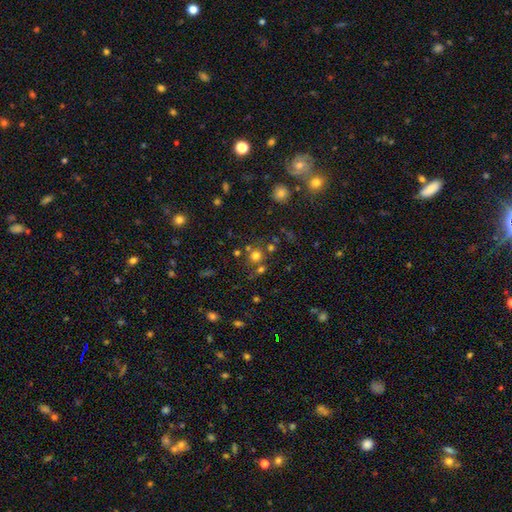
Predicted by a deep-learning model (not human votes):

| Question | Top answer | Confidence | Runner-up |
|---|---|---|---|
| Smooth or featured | smooth | 69% | star or artifact (22%) |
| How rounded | round | 89% | in between (10%) |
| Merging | none | 67% | merger (20%) |